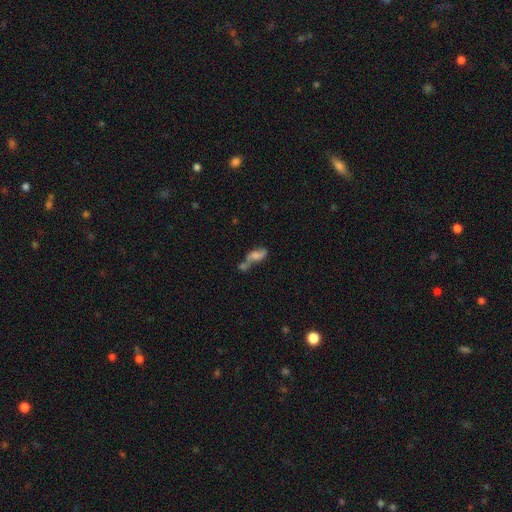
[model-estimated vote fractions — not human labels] Smooth or featured? smooth (46%)
Merging? merger (51%)